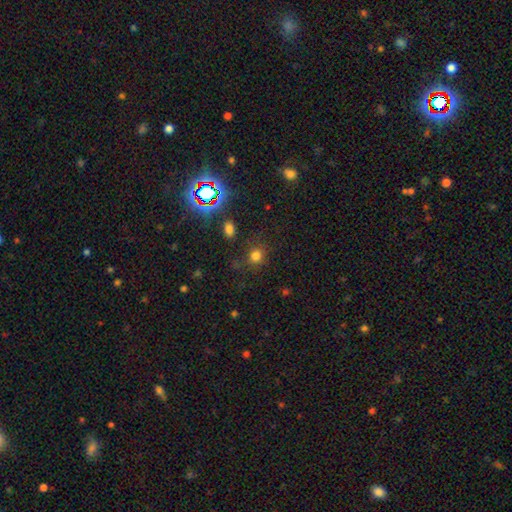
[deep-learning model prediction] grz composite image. It shows a smooth galaxy with no disk features (74%) that is round (82%). Merging: none (78%).